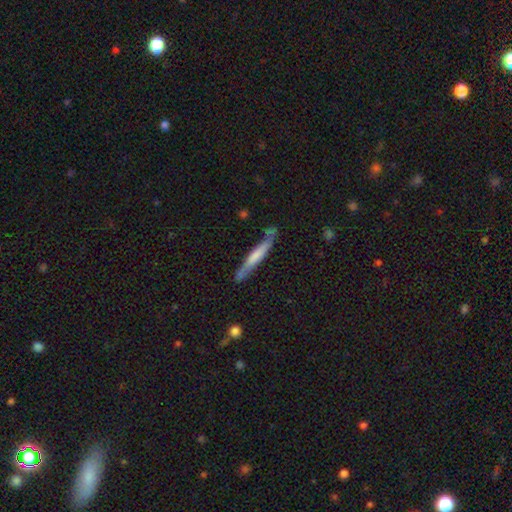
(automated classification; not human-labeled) Morphology: type=smooth (48%); merging=none (76%).